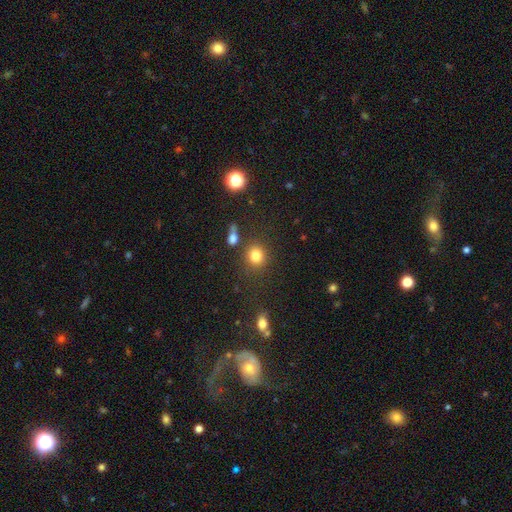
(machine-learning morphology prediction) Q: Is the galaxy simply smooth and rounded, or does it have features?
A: smooth — 80%.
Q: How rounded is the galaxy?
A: round — 84%.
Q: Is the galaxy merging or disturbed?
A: none — 80%.